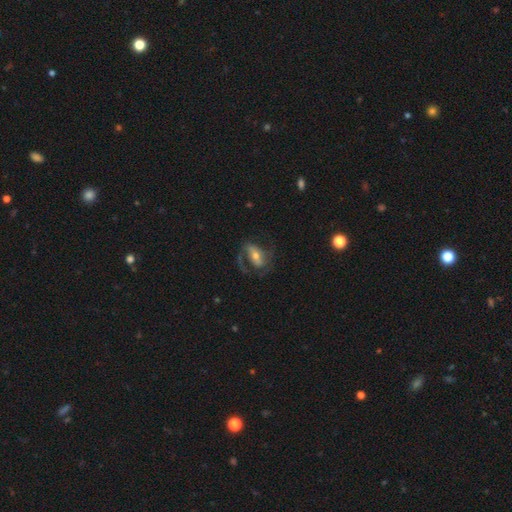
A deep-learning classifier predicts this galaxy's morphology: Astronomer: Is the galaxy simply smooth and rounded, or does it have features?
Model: featured or disk — 69%.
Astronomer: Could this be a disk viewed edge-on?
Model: no — 94%.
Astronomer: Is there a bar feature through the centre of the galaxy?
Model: strong — 37% (runner-up: weak, 32%).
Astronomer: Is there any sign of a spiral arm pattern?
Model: yes — 81%.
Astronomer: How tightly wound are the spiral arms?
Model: medium — 46% (runner-up: loose, 32%).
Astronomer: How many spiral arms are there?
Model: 2 — 65%.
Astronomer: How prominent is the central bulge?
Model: moderate — 58%.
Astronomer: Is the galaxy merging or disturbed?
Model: none — 53%.